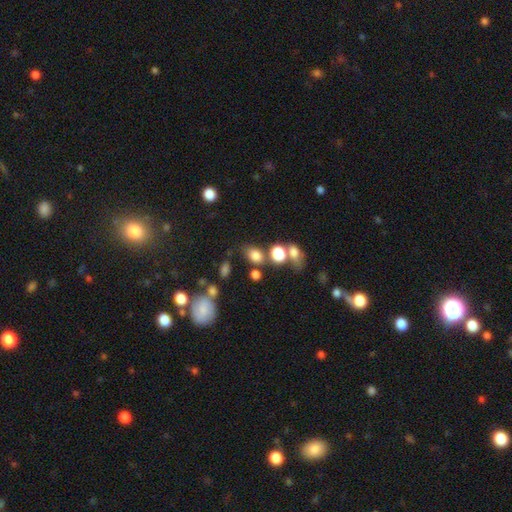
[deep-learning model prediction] The model was most divided on "merging": none: 55%, merger: 22%, minor disturbance: 14%, major disturbance: 8%. More confident: smooth or featured — smooth (78%); how rounded — in between (66%).